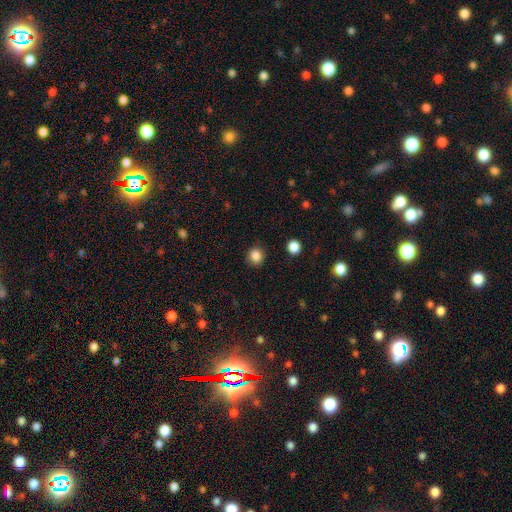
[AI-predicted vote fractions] Q: Smooth or featured?
A: smooth (85%); runner-up: star or artifact (11%)
Q: How rounded?
A: round (85%); runner-up: in between (14%)
Q: Merging?
A: none (88%); runner-up: minor disturbance (8%)